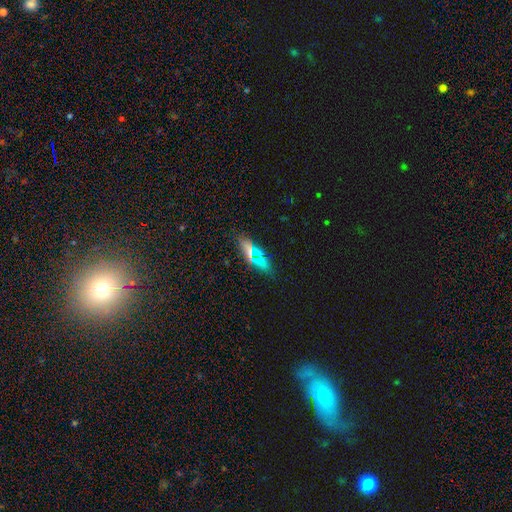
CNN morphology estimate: This is likely a smooth galaxy (61%). How rounded: possibly cigar-shaped (48%). Merging: clearly none (84%).